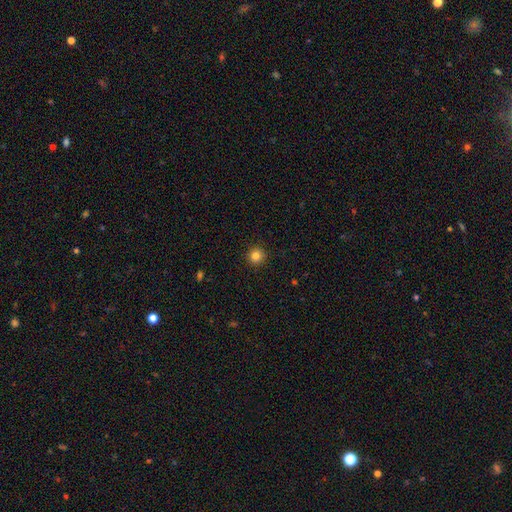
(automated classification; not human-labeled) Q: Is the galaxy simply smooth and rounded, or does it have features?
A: smooth — 83%.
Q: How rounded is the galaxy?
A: round — 95%.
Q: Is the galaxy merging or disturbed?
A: none — 93%.